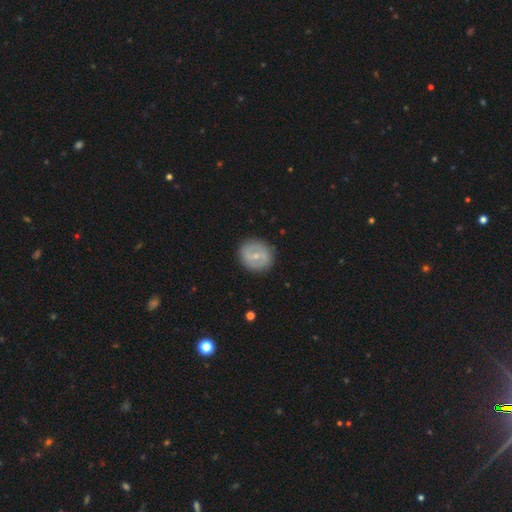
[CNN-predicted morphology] A featured or disk galaxy (61%) with a weak bar (50%), spiral arms (58%) and a small central bulge (65%). Merging: none (87%).